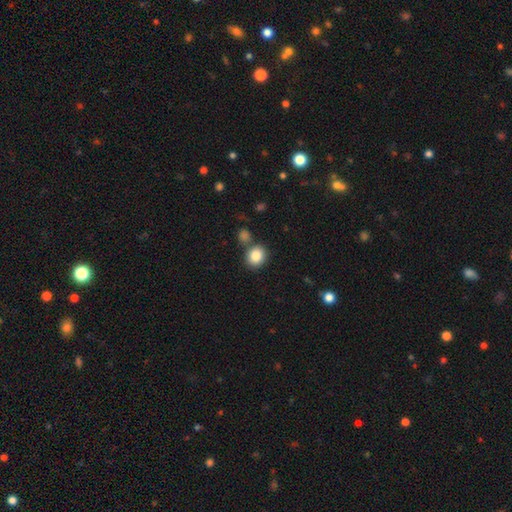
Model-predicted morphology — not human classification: smooth 85%, star or artifact 9%, featured or disk 6%. Down the decision tree: how rounded — round (75%); merging — none (74%).